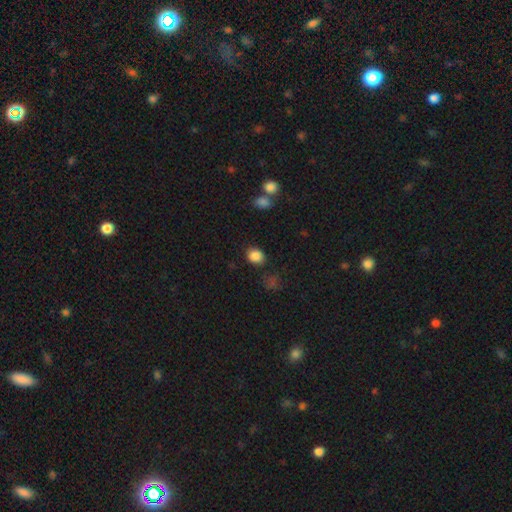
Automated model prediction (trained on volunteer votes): Smooth or featured? smooth (86%)
How rounded? round (52%)
Merging? none (81%)